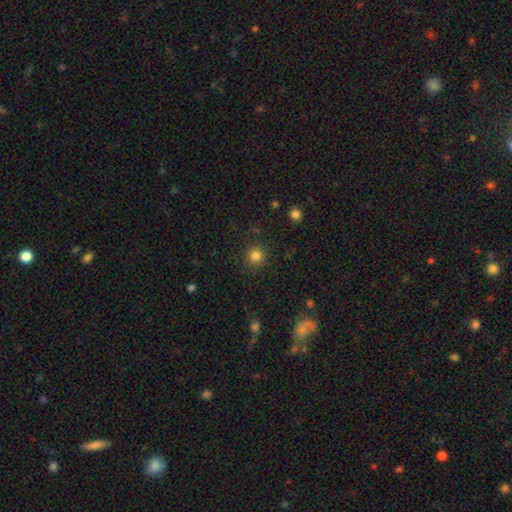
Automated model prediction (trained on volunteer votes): This appears to be a smooth galaxy with no disk features (82%) that is round (93%). Merging: none (89%).